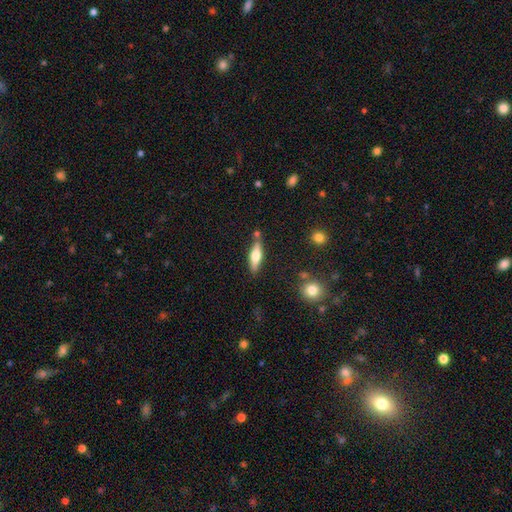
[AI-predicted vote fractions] The model was most divided on "smooth or featured": smooth: 48%, featured or disk: 45%, star or artifact: 7%. More confident: merging — none (77%).